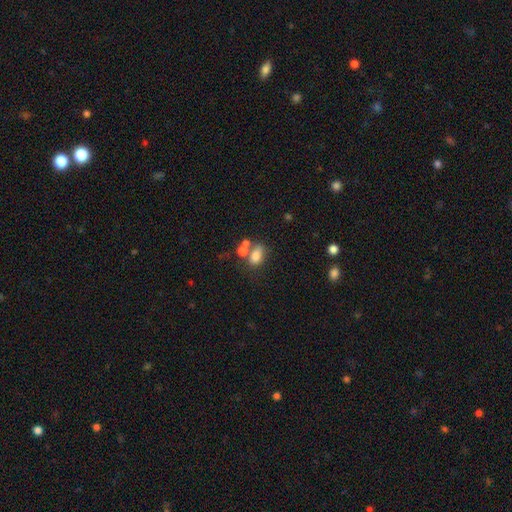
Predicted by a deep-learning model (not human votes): Overall: smooth (76%). How rounded: in between (80%). Merging: none (40%; merger 38%).